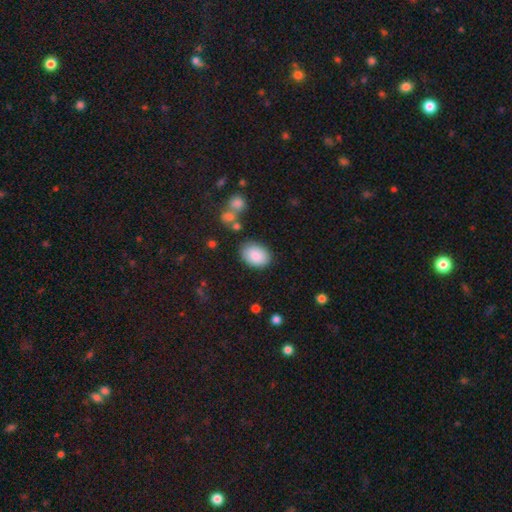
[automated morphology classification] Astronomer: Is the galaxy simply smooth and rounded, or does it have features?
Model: smooth — 87%.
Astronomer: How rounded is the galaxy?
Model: in between — 80%.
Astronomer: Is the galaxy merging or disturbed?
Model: none — 82%.